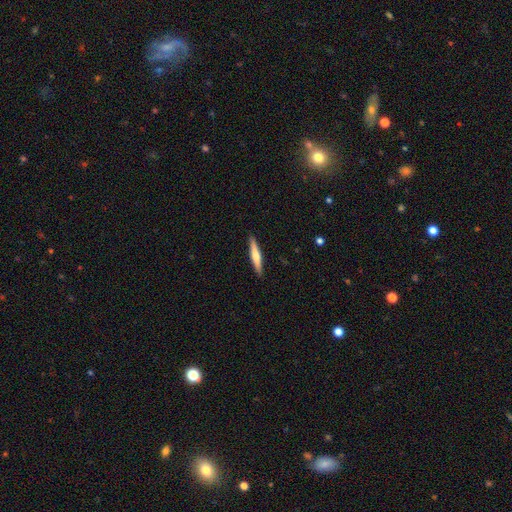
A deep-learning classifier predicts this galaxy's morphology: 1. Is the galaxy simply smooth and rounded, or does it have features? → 52% smooth, 43% featured or disk, 5% star or artifact.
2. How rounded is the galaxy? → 92% cigar-shaped, 7% in between, 1% round.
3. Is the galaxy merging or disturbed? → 91% none, 7% minor disturbance, 1% major disturbance, 1% merger.